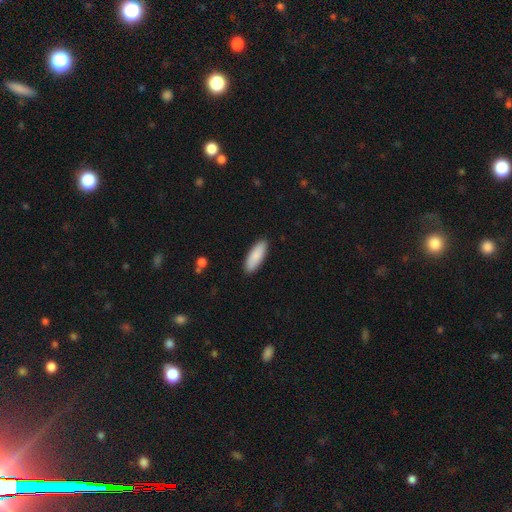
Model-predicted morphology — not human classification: Smooth or featured? Predicted: smooth (p=0.88). How rounded? Predicted: in between (p=0.66). Merging? Predicted: none (p=0.90).